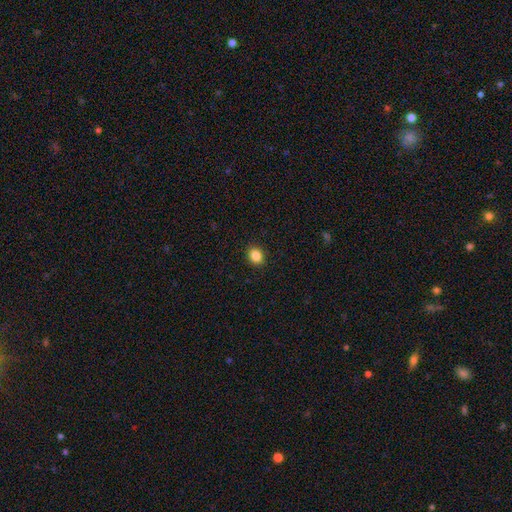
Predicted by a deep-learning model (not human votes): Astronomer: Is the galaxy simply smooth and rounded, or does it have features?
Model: smooth — 86%.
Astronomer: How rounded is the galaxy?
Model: round — 60% (runner-up: in between, 39%).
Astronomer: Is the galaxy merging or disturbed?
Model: none — 91%.